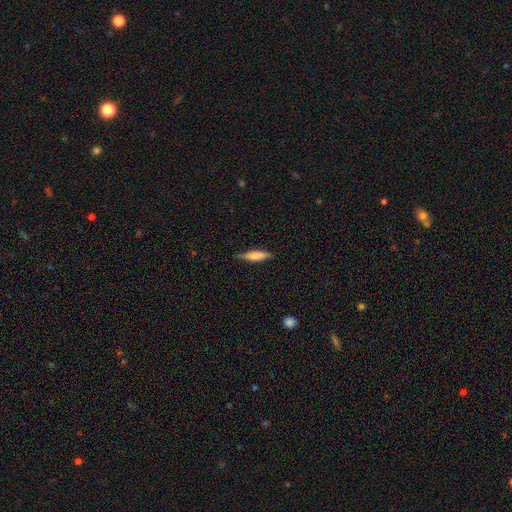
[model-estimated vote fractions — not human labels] A smooth galaxy with no disk features (71%) that is cigar-shaped (74%).

Vote fractions:
- Smooth or featured? smooth: 71% / featured or disk: 23% / star or artifact: 6%
- How rounded? cigar-shaped: 74% / in between: 24% / round: 2%
- Merging? none: 80% / minor disturbance: 16% / major disturbance: 3% / merger: 1%